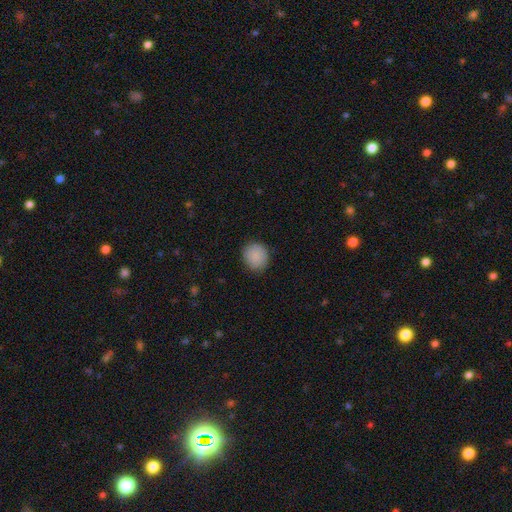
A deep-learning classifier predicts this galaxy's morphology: Smooth or featured? Predicted: smooth (p=0.88). How rounded? Predicted: round (p=0.82). Merging? Predicted: none (p=0.86).